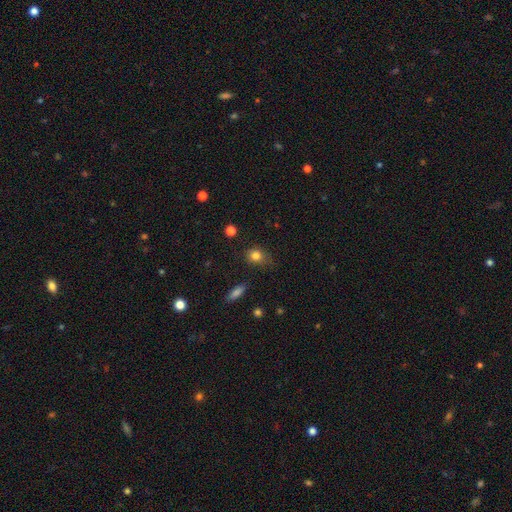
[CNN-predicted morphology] The model was most divided on "how rounded": round: 61%, in between: 37%, cigar-shaped: 2%. More confident: smooth or featured — smooth (82%); merging — none (69%).